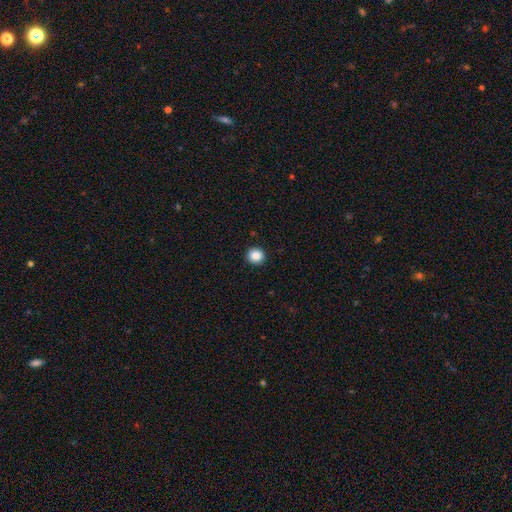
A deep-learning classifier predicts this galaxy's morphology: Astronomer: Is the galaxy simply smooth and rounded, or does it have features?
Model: smooth — 87%.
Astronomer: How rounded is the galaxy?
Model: round — 90%.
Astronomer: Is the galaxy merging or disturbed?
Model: none — 92%.